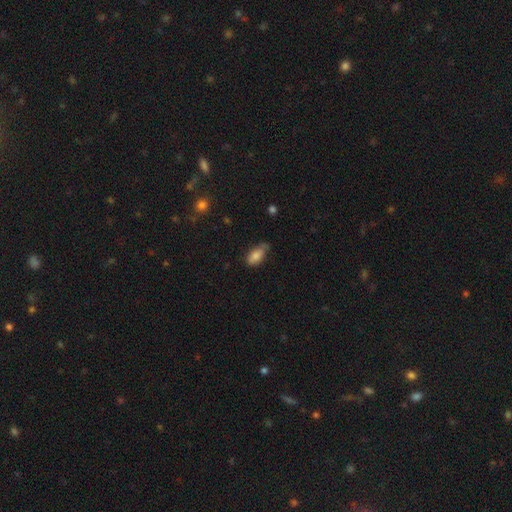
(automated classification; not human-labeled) smooth 80%, featured or disk 13%, star or artifact 7%. Down the decision tree: how rounded — in between (88%); merging — none (51%).